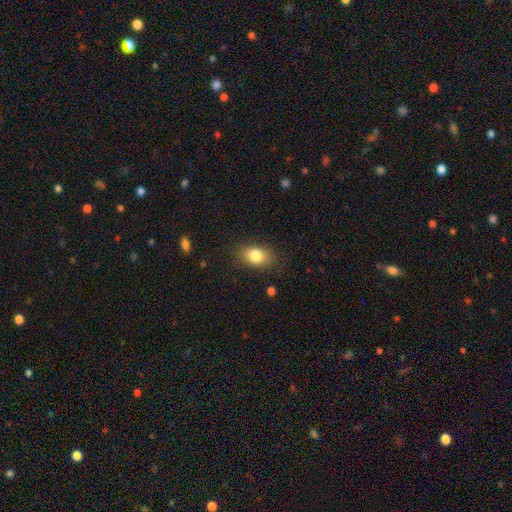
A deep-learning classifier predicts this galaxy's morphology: A smooth galaxy with no disk features (82%) that is in between round and cigar-shaped (80%). Merging: none (83%).